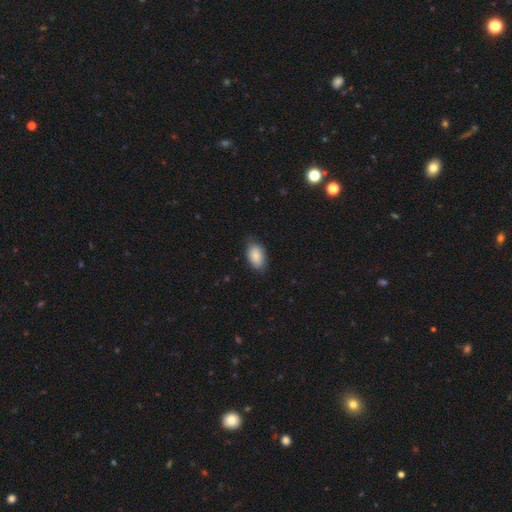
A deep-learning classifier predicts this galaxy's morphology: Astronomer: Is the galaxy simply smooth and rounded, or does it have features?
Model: smooth — 87%.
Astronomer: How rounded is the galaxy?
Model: in between — 92%.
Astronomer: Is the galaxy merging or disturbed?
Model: none — 75%.